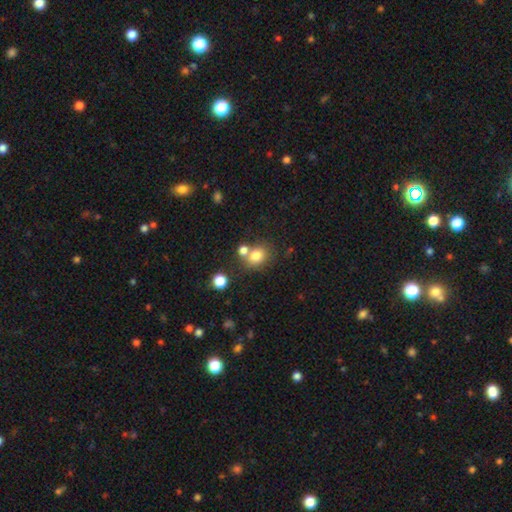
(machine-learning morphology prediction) Smooth or featured? Predicted: smooth (p=0.79). How rounded? Predicted: round (p=0.64). Merging? Predicted: none (p=0.56).